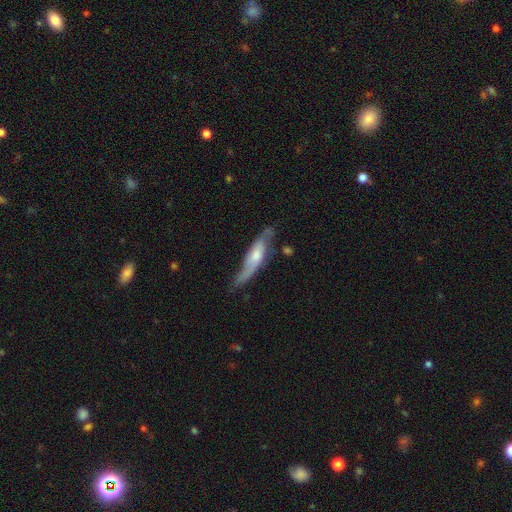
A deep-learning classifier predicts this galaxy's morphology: Smooth or featured? featured or disk (68%)
Edge-on disk? no (51%)
Merging? none (62%)